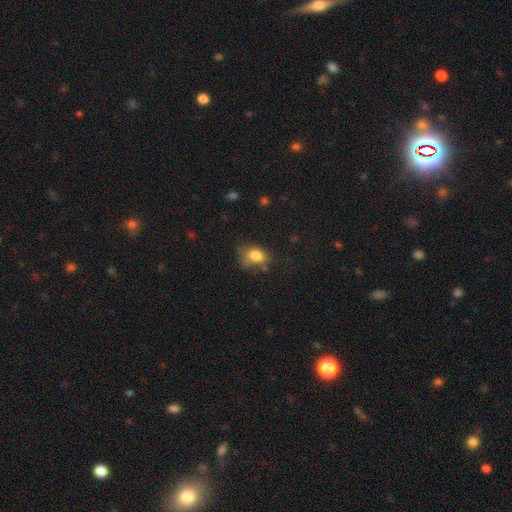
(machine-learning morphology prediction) Smooth or featured? smooth (79%)
How rounded? in between (65%)
Merging? none (43%)